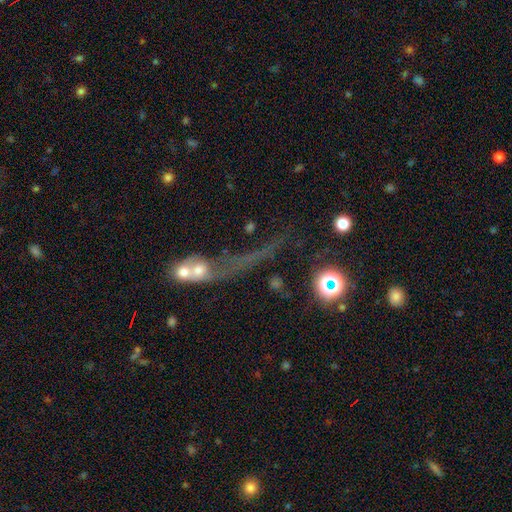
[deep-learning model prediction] Smooth or featured: featured or disk — 35% (smooth — 34%)
Merging: merger — 42% (major disturbance — 26%)